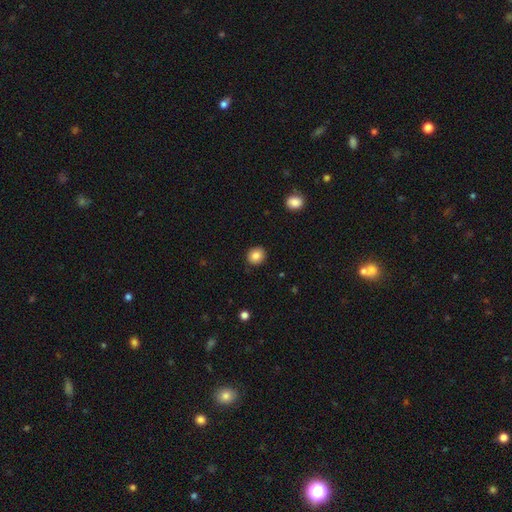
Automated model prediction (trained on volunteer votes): Overall: smooth (85%). How rounded: round (81%). Merging: none (90%).